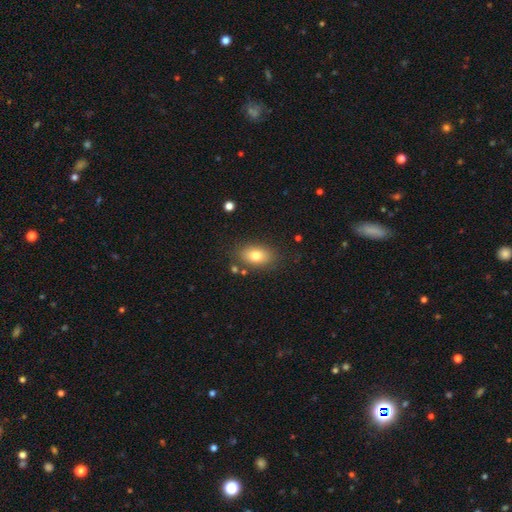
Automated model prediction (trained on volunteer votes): A smooth galaxy with no disk features (79%) that is in between round and cigar-shaped (86%). Merging: none (82%).